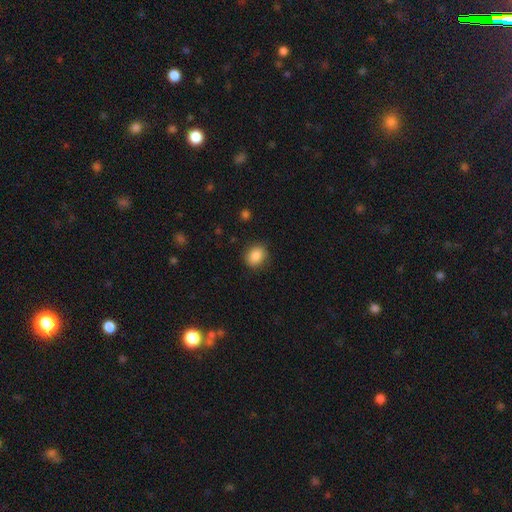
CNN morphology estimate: Smooth or featured: smooth — 86% (star or artifact — 9%)
How rounded: round — 58% (in between — 41%)
Merging: none — 86% (minor disturbance — 10%)